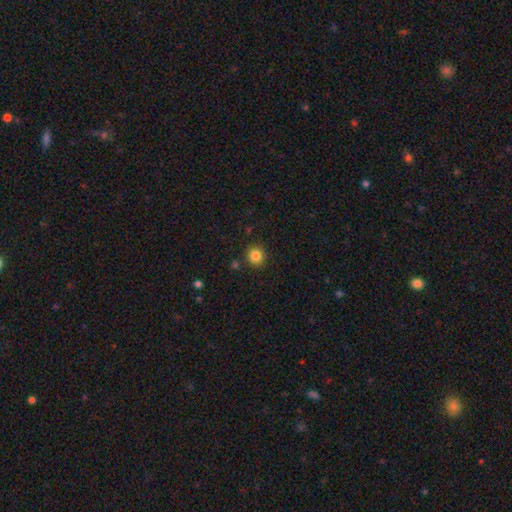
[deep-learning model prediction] Smooth or featured? Predicted: smooth (p=0.84). How rounded? Predicted: round (p=0.92). Merging? Predicted: none (p=0.88).